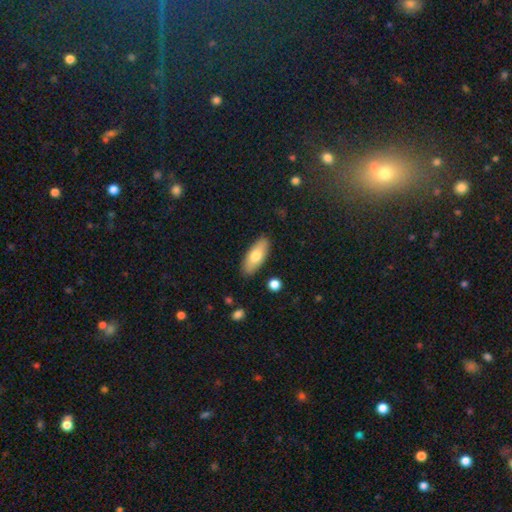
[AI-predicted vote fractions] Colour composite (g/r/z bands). It shows a smooth galaxy with no disk features (73%) that is in between round and cigar-shaped (78%). Merging: none (87%).